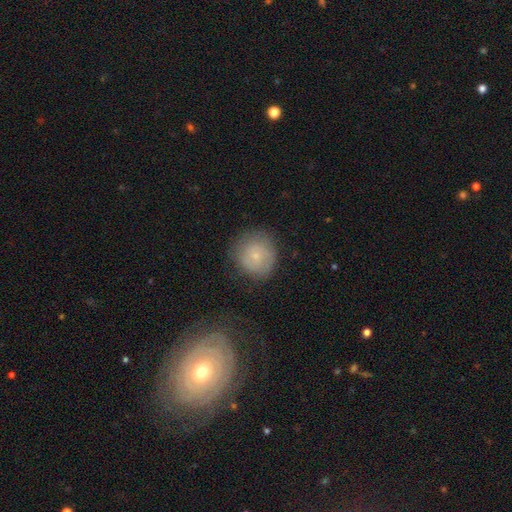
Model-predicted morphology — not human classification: Smooth or featured? Predicted: smooth (p=0.64). How rounded? Predicted: round (p=0.89). Merging? Predicted: none (p=0.76).